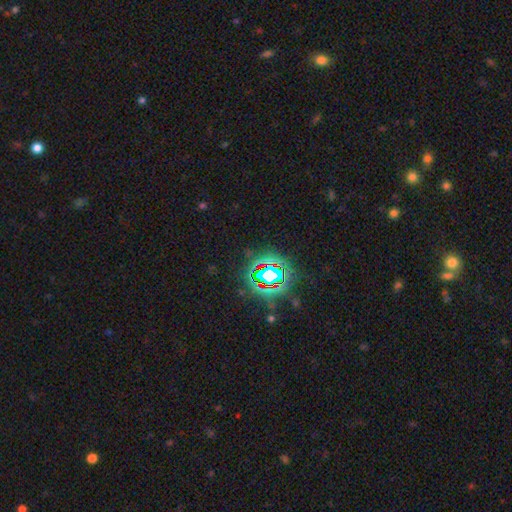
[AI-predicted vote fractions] A star or artifact, not a galaxy (81%).

Vote fractions:
- Smooth or featured? star or artifact: 81% / smooth: 12% / featured or disk: 7%